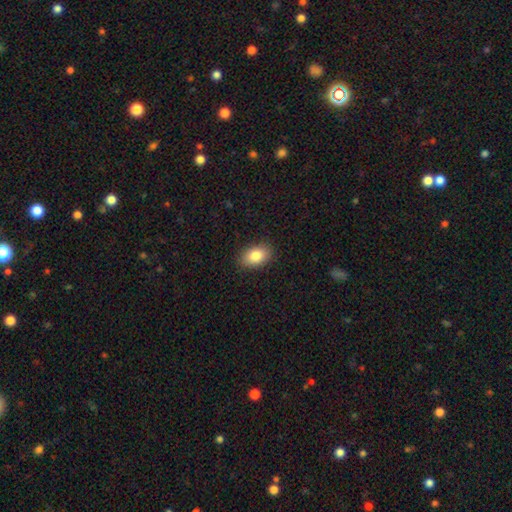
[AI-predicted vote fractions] Overall: smooth (84%). How rounded: in between (88%). Merging: none (88%).